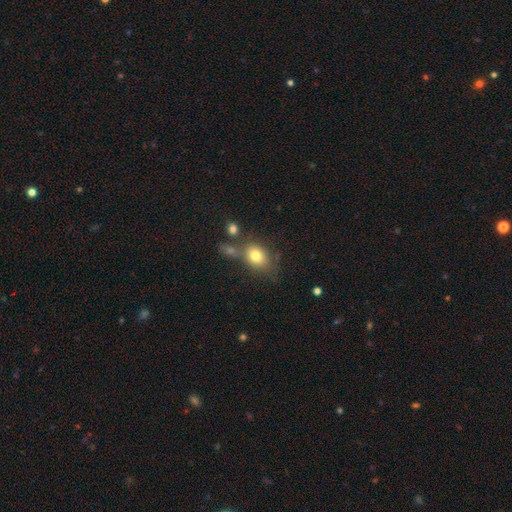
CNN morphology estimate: smooth_or_featured: smooth (p=0.77) [alt: featured or disk p=0.13]
how_rounded: in between (p=0.62) [alt: round p=0.36]
merging: none (p=0.51) [alt: merger p=0.23]